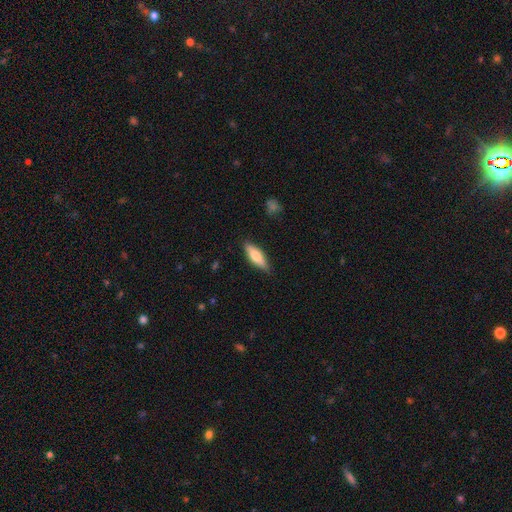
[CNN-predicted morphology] The model was most divided on "how rounded": in between: 50%, cigar-shaped: 48%, round: 2%. More confident: merging — none (86%); smooth or featured — smooth (68%).